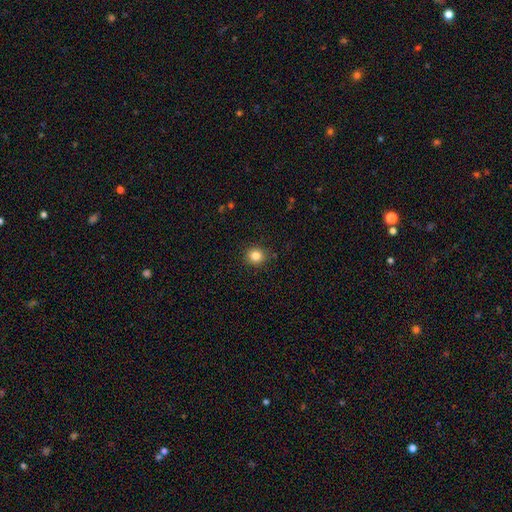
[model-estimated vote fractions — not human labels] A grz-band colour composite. It shows a smooth galaxy with no disk features (83%) that is round (87%). Merging: none (89%).